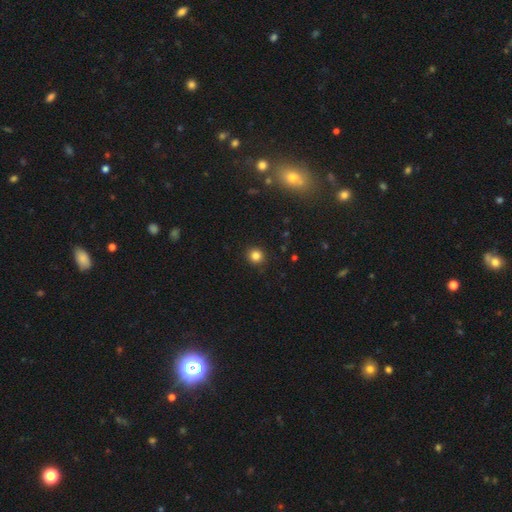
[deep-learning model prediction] A smooth galaxy with no disk features (83%) that is round (92%).

Vote fractions:
- Smooth or featured? smooth: 83% / star or artifact: 13% / featured or disk: 5%
- How rounded? round: 92% / in between: 7% / cigar-shaped: 1%
- Merging? none: 92% / minor disturbance: 5% / major disturbance: 2% / merger: 1%